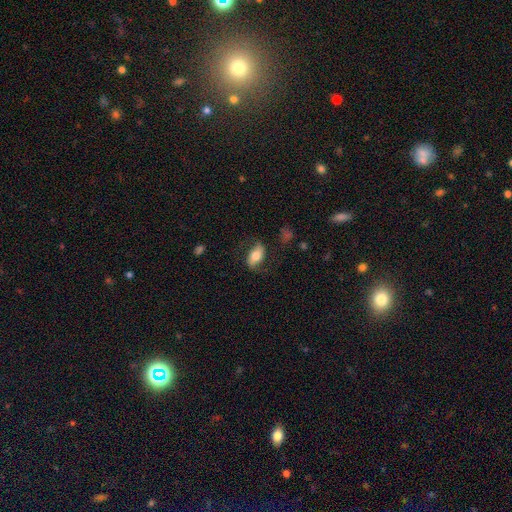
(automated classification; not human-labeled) Morphology: type=smooth (58%); roundness=in between (88%); merging=none (68%).